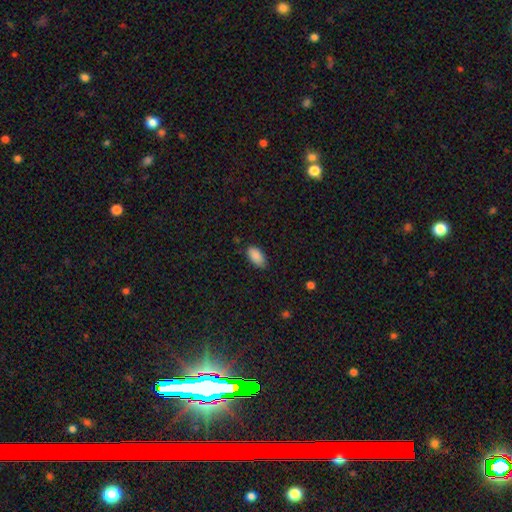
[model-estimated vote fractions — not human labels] Morphology: type=smooth (88%); roundness=in between (94%); merging=none (79%).